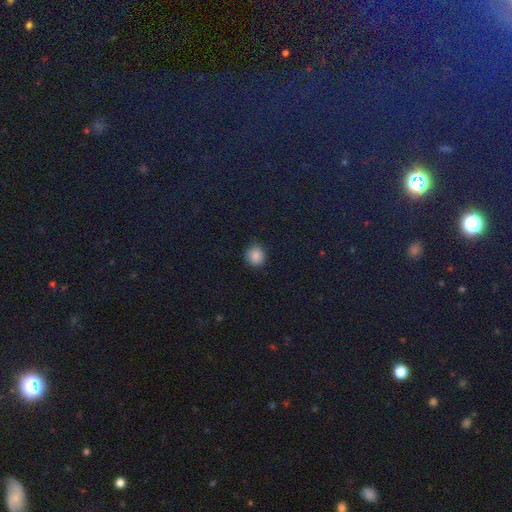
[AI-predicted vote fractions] Q: Smooth or featured?
A: smooth (85%); runner-up: star or artifact (11%)
Q: How rounded?
A: round (91%); runner-up: in between (8%)
Q: Merging?
A: none (85%); runner-up: minor disturbance (11%)